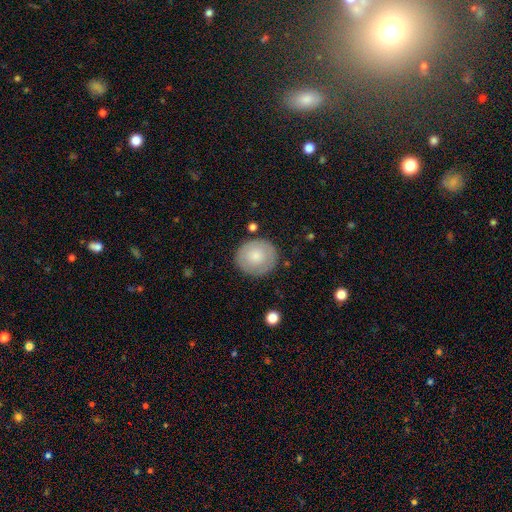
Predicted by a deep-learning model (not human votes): Smooth or featured: smooth — 75% (featured or disk — 18%)
How rounded: round — 88% (in between — 11%)
Merging: none — 84% (minor disturbance — 11%)